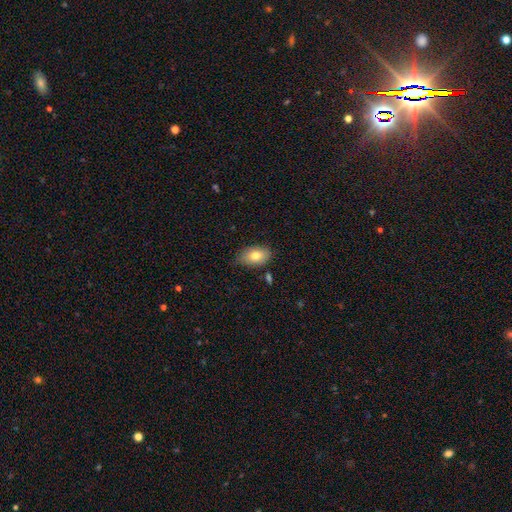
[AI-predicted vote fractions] Smooth or featured? smooth (78%)
How rounded? in between (89%)
Merging? none (75%)